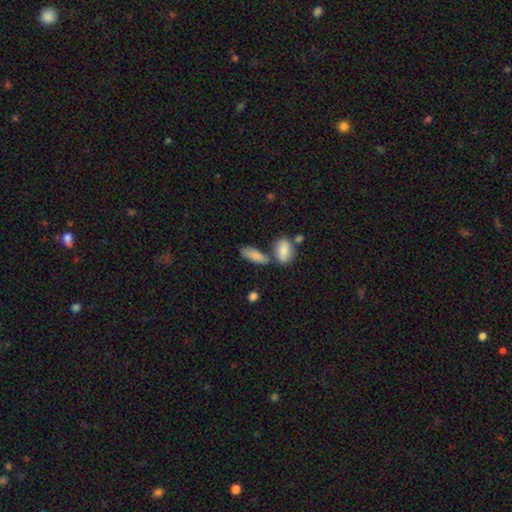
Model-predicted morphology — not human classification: smooth 85%, featured or disk 9%, star or artifact 7%. Down the decision tree: how rounded — in between (74%); merging — none (59%).